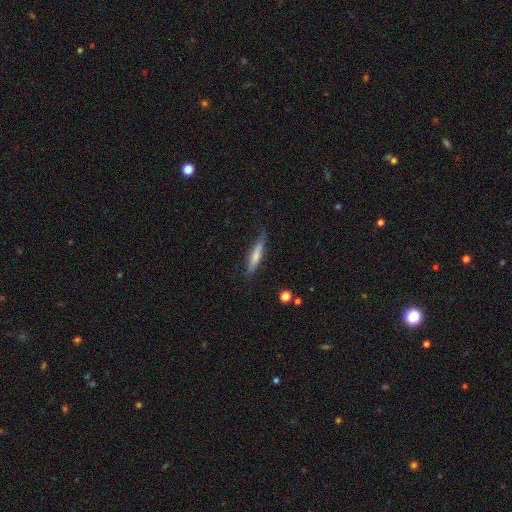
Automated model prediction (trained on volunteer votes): Smooth or featured?
  - smooth: 65% *
  - featured or disk: 29%
  - star or artifact: 6%
How rounded?
  - cigar-shaped: 82% *
  - in between: 16%
  - round: 2%
Merging?
  - none: 68% *
  - minor disturbance: 24%
  - major disturbance: 6%
  - merger: 2%